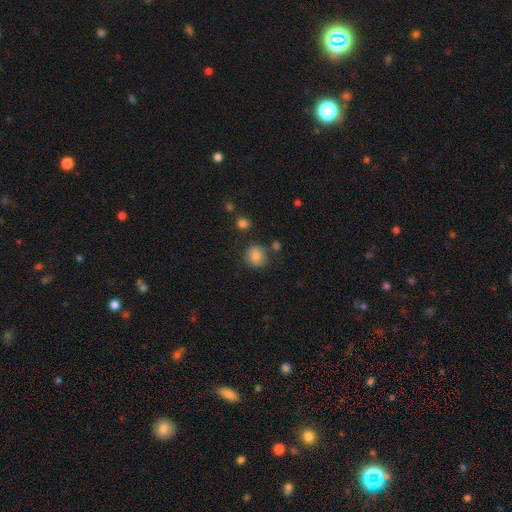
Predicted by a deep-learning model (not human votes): Overall: smooth (83%). How rounded: round (86%). Merging: none (80%).